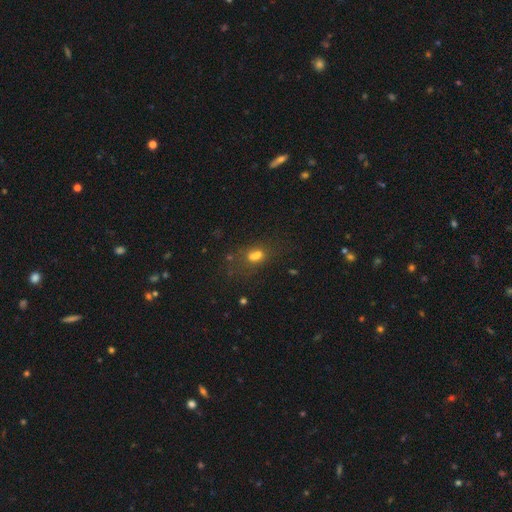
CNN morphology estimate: Overall: smooth (59%; star or artifact 24%). How rounded: in between (64%; round 27%). Merging: none (48%; merger 25%).